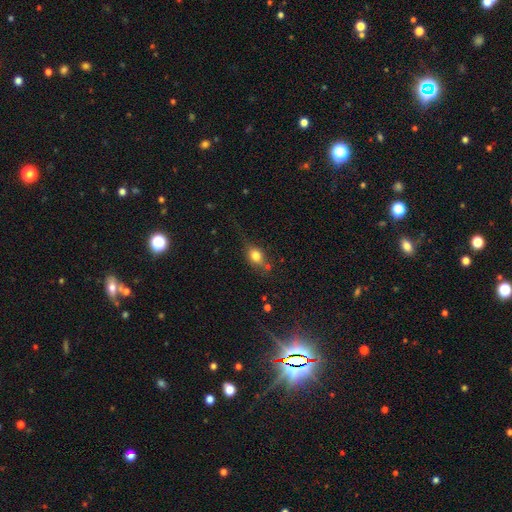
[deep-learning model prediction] Smooth or featured?
  - smooth: 76% *
  - featured or disk: 13%
  - star or artifact: 11%
How rounded?
  - in between: 64% *
  - round: 32%
  - cigar-shaped: 4%
Merging?
  - none: 56% *
  - minor disturbance: 25%
  - major disturbance: 11%
  - merger: 7%